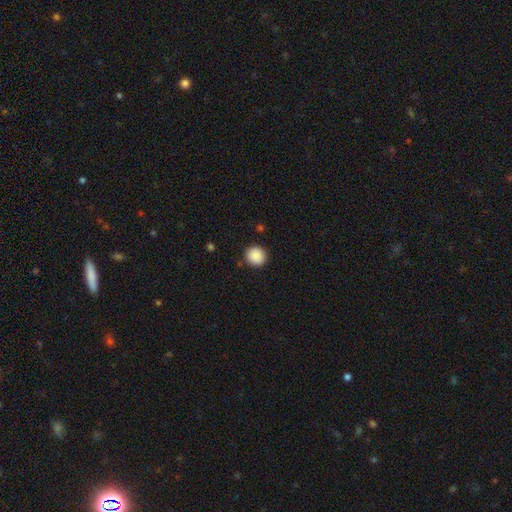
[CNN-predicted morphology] This is clearly a smooth galaxy (89%). How rounded: clearly round (93%). Merging: clearly none (91%).